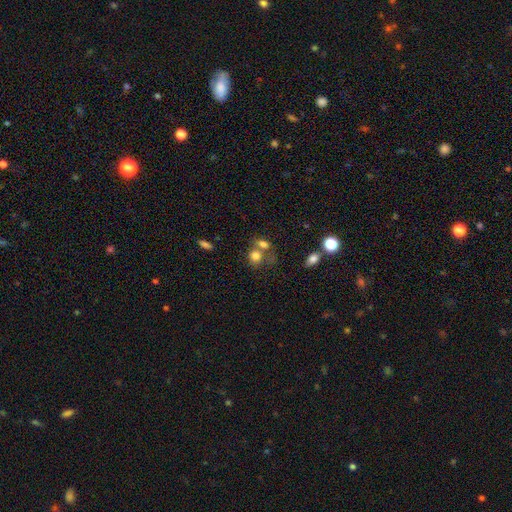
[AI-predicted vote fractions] Morphology: type=smooth (76%); roundness=round (67%); merging=merger (42%).